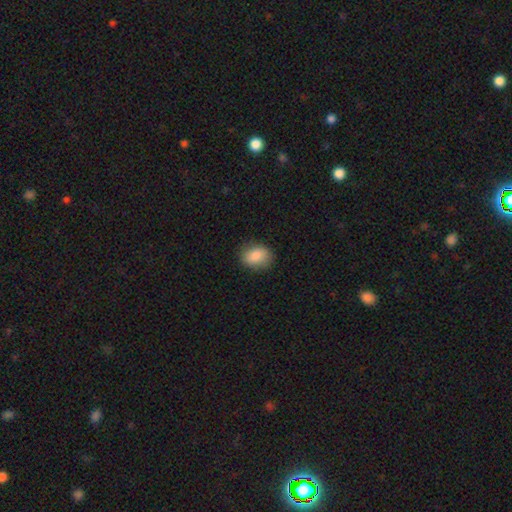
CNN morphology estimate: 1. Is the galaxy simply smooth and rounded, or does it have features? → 84% smooth, 9% featured or disk, 8% star or artifact.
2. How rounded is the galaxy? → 59% in between, 40% round, 1% cigar-shaped.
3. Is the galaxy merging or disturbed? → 84% none, 12% minor disturbance, 3% major disturbance, 1% merger.